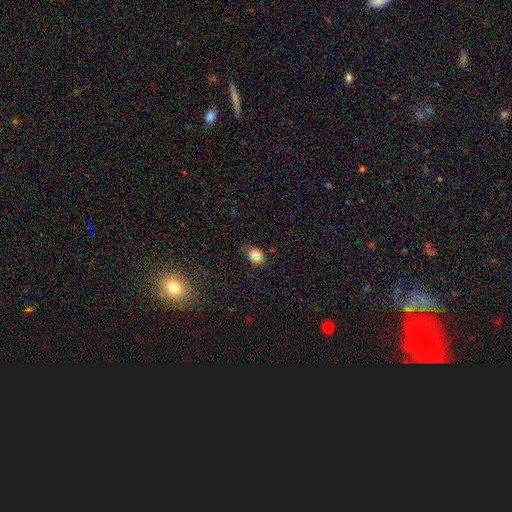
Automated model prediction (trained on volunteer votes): Smooth or featured: smooth — 78% (star or artifact — 12%)
How rounded: in between — 65% (round — 33%)
Merging: none — 71% (minor disturbance — 21%)